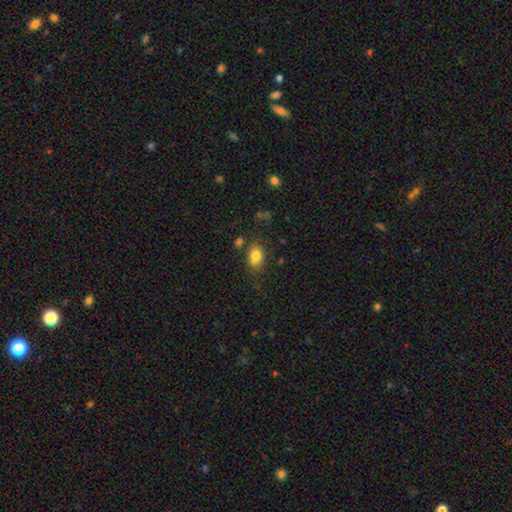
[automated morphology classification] smooth_or_featured: smooth (p=0.81) [alt: star or artifact p=0.10]
how_rounded: in between (p=0.75) [alt: round p=0.24]
merging: none (p=0.65) [alt: minor disturbance p=0.21]